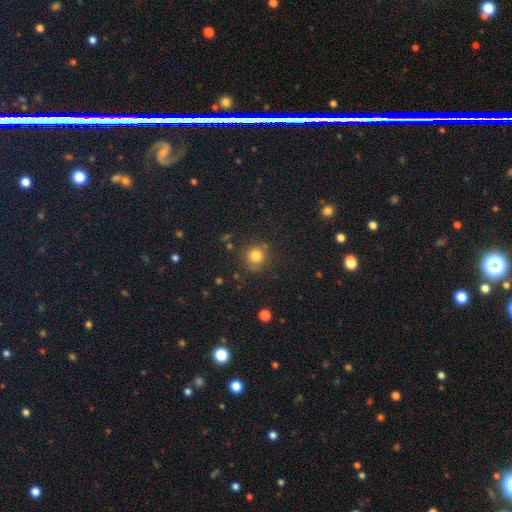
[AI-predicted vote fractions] Smooth or featured? smooth (80%)
How rounded? round (91%)
Merging? none (79%)